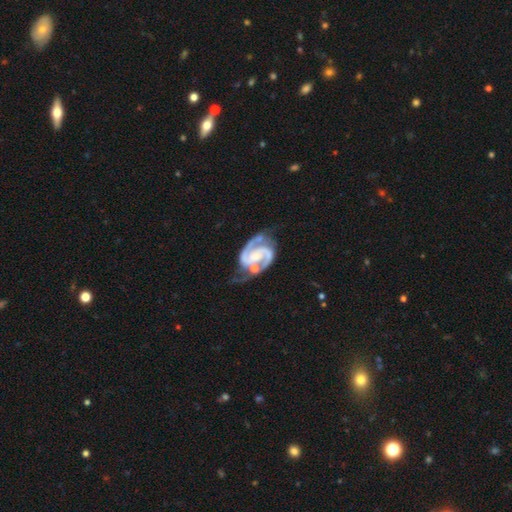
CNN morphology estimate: Smooth or featured: featured or disk — 93% (star or artifact — 4%)
Edge-on disk: no — 98% (yes — 2%)
Bar: no — 40% (weak — 37%)
Spiral arms: yes — 99% (no — 1%)
Spiral winding: medium — 55% (tight — 36%)
Spiral arm count: 2 — 94% (3 — 2%)
Bulge size: small — 38% (moderate — 30%)
Merging: none — 57% (minor disturbance — 24%)